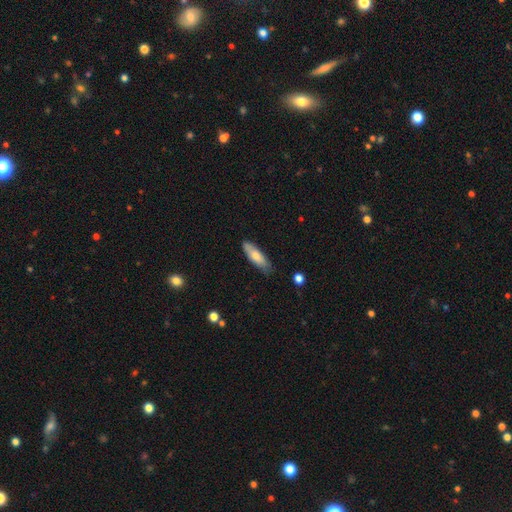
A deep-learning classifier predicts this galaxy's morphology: smooth-or-featured: smooth: 71% | featured or disk: 24% | star or artifact: 6%
  how-rounded: cigar-shaped: 50% | in between: 49% | round: 2%
  merging: none: 77% | minor disturbance: 18% | major disturbance: 3% | merger: 2%